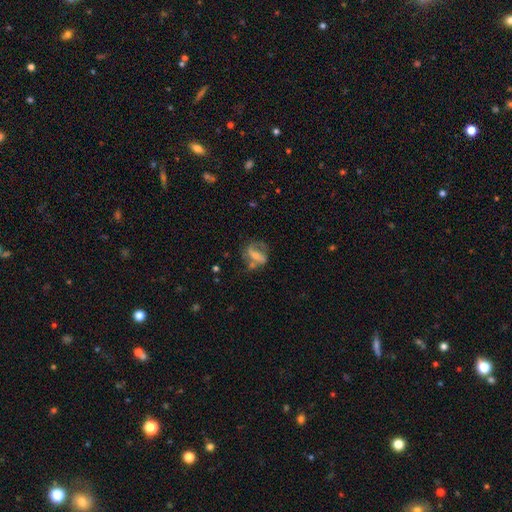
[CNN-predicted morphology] This appears to be a featured or disk galaxy (63%) with a strong bar (38%), spiral arms (70%) and a small central bulge (43%). Merging: none (54%).